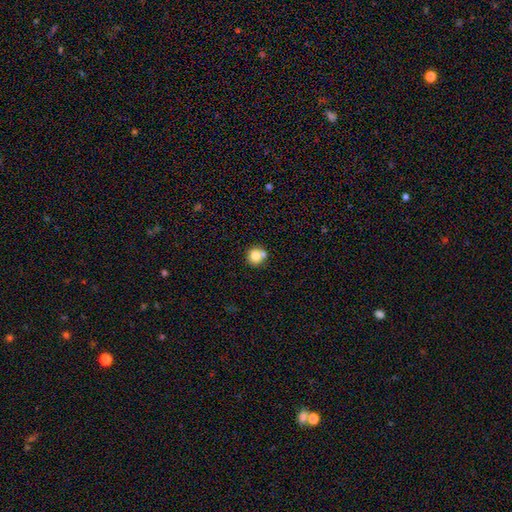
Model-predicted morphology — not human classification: A smooth galaxy with no disk features (78%) that is round (89%). Merging: none (58%).